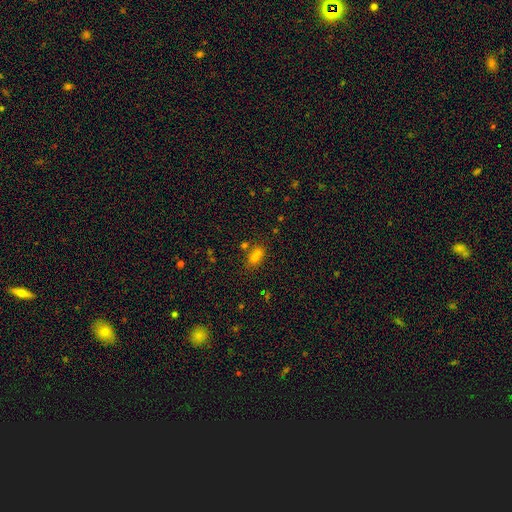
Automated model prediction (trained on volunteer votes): Smooth or featured? Predicted: smooth (p=0.68). How rounded? Predicted: in between (p=0.71). Merging? Predicted: none (p=0.48).